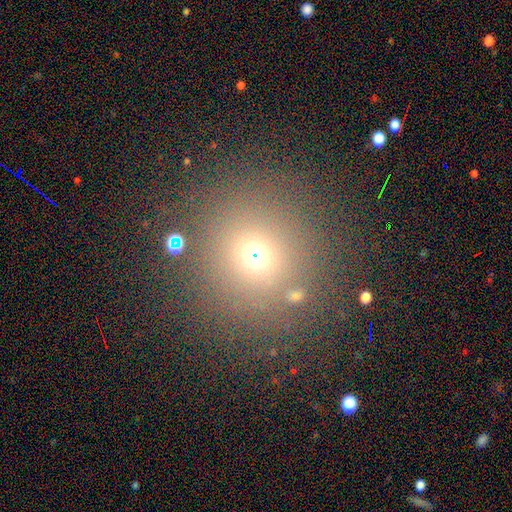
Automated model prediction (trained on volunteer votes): Smooth or featured?
  - smooth: 60% *
  - star or artifact: 30%
  - featured or disk: 10%
How rounded?
  - round: 91% *
  - in between: 8%
  - cigar-shaped: 1%
Merging?
  - none: 79% *
  - minor disturbance: 8%
  - merger: 8%
  - major disturbance: 5%